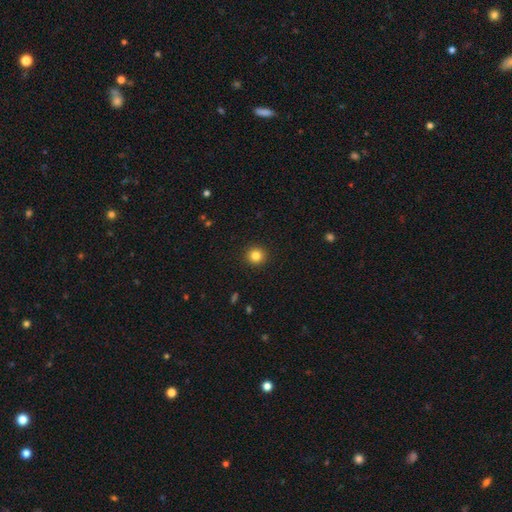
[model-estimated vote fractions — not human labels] Smooth or featured: smooth — 83% (star or artifact — 12%)
How rounded: round — 94% (in between — 5%)
Merging: none — 93% (minor disturbance — 4%)